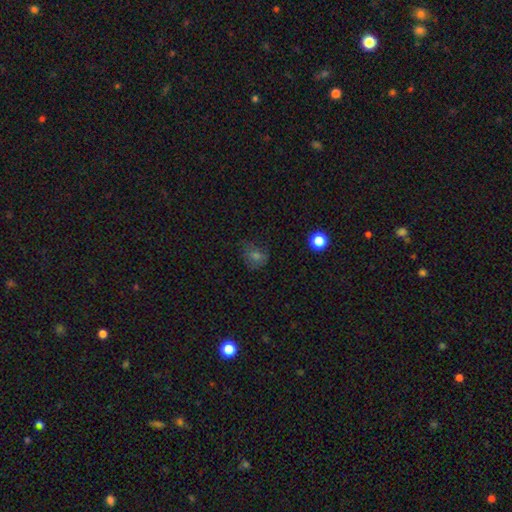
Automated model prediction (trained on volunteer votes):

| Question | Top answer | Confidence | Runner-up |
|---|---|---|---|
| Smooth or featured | smooth | 58% | star or artifact (24%) |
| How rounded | round | 66% | in between (32%) |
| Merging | none | 63% | minor disturbance (23%) |